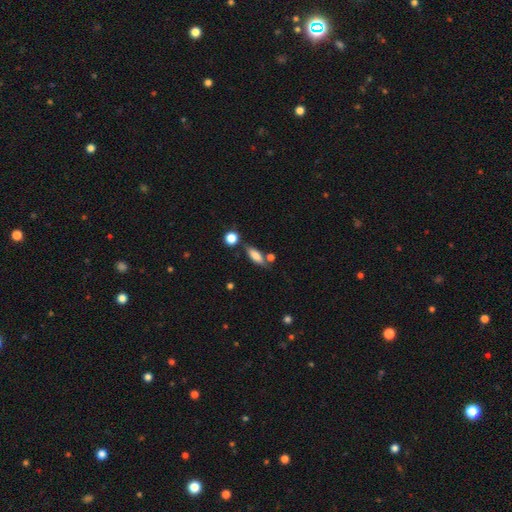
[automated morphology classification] Smooth or featured? Predicted: smooth (p=0.75). How rounded? Predicted: in between (p=0.63). Merging? Predicted: none (p=0.69).